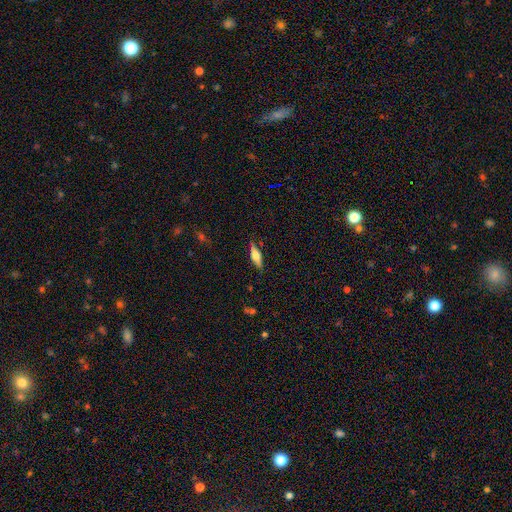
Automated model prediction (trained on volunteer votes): This is possibly a featured or disk galaxy (48%). Merging: clearly none (83%).